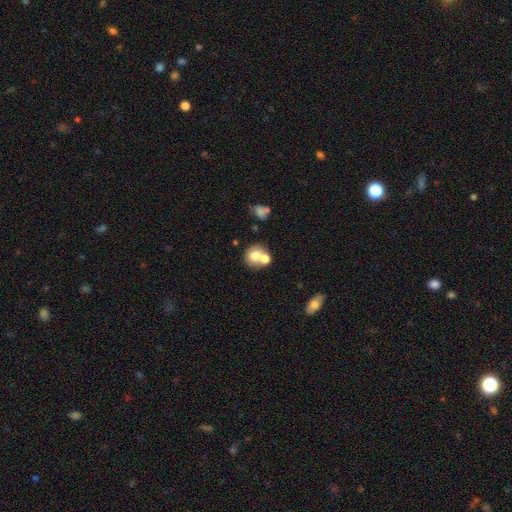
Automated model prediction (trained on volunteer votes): Q: Smooth or featured?
A: smooth (72%); runner-up: featured or disk (18%)
Q: How rounded?
A: round (78%); runner-up: in between (21%)
Q: Merging?
A: none (44%); tied with: merger (44%)